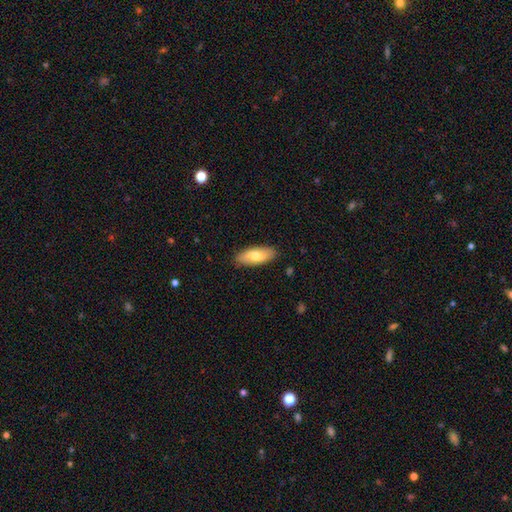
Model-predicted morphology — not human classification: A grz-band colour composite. It shows a smooth galaxy with no disk features (70%) that is in between round and cigar-shaped (81%). Merging: none (88%).